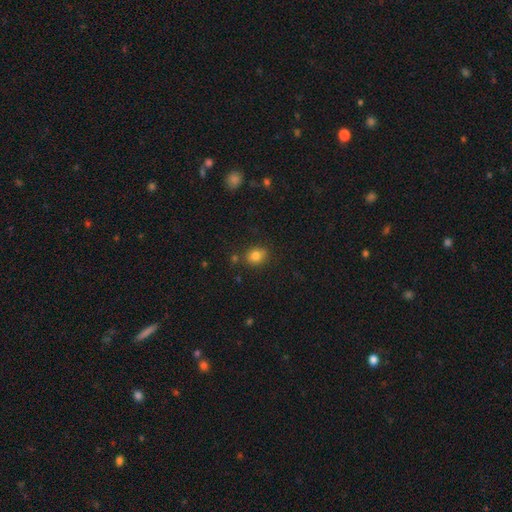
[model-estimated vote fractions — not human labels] A smooth galaxy with no disk features (81%) that is round (60%). Merging: none (78%).